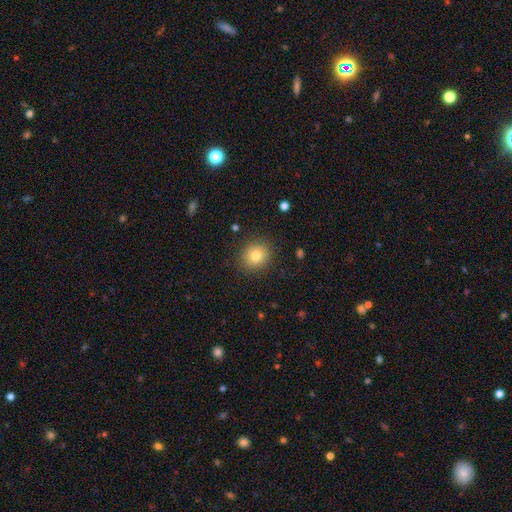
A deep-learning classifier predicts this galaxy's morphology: Smooth or featured?
  - smooth: 79% *
  - star or artifact: 11%
  - featured or disk: 9%
How rounded?
  - round: 80% *
  - in between: 19%
  - cigar-shaped: 1%
Merging?
  - none: 89% *
  - minor disturbance: 7%
  - major disturbance: 3%
  - merger: 1%